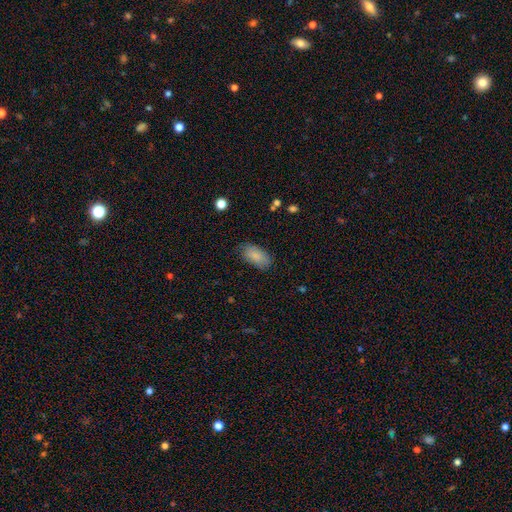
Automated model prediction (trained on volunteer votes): A smooth galaxy with no disk features (87%) that is in between round and cigar-shaped (94%).

Vote fractions:
- Smooth or featured? smooth: 87% / featured or disk: 7% / star or artifact: 7%
- How rounded? in between: 94% / cigar-shaped: 3% / round: 3%
- Merging? none: 79% / minor disturbance: 16% / major disturbance: 4% / merger: 1%